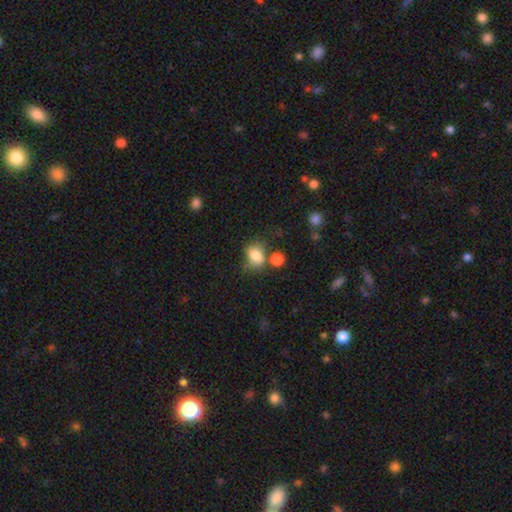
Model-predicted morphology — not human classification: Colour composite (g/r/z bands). It shows a smooth galaxy with no disk features (80%) that is in between round and cigar-shaped (58%). Merging: none (47%).